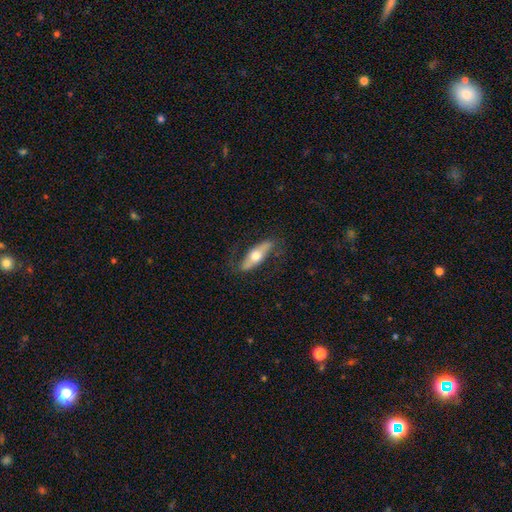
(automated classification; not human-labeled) Overall: featured or disk (51%; smooth 43%). Edge-on disk: no (51%; yes 49%). Merging: none (74%).